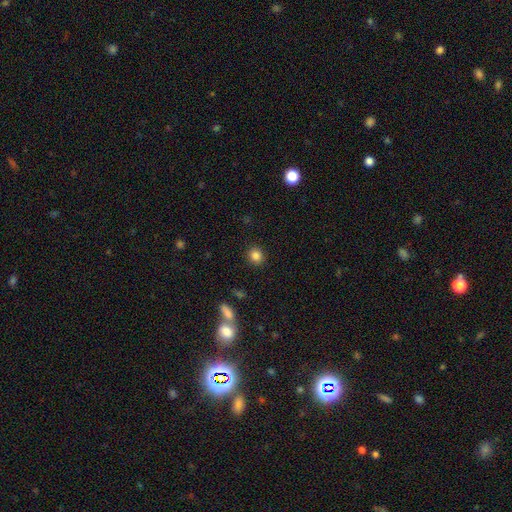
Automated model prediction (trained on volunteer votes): Q: Smooth or featured?
A: smooth (84%); runner-up: star or artifact (11%)
Q: How rounded?
A: round (82%); runner-up: in between (17%)
Q: Merging?
A: none (91%); runner-up: minor disturbance (6%)